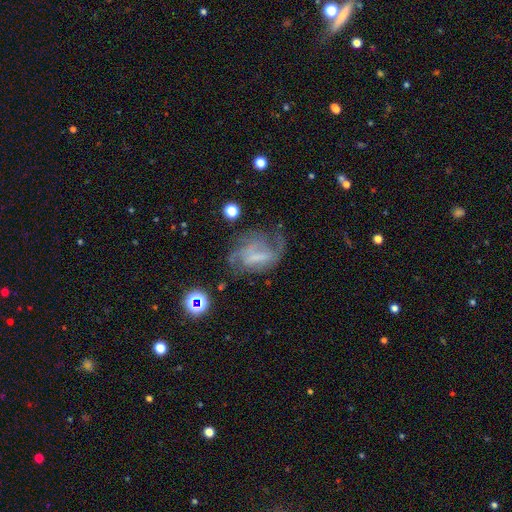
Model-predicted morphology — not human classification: Smooth or featured: featured or disk — 66% (smooth — 20%)
Edge-on disk: no — 96% (yes — 4%)
Bar: weak — 39% (no — 33%)
Spiral arms: yes — 74% (no — 26%)
Bulge size: none — 57% (small — 19%)
Merging: none — 42% (major disturbance — 31%)